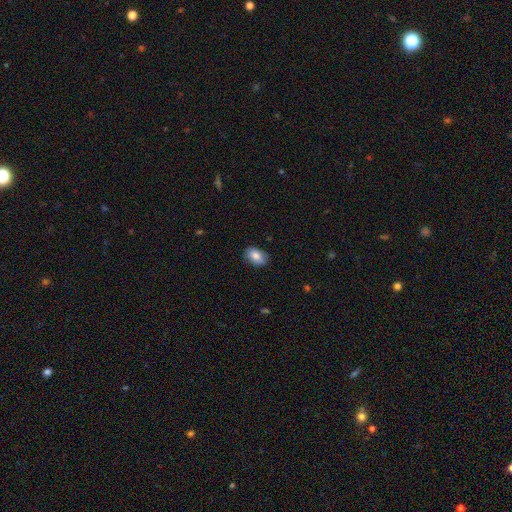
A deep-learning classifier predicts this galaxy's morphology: Smooth or featured? Predicted: smooth (p=0.82). How rounded? Predicted: in between (p=0.87). Merging? Predicted: none (p=0.85).